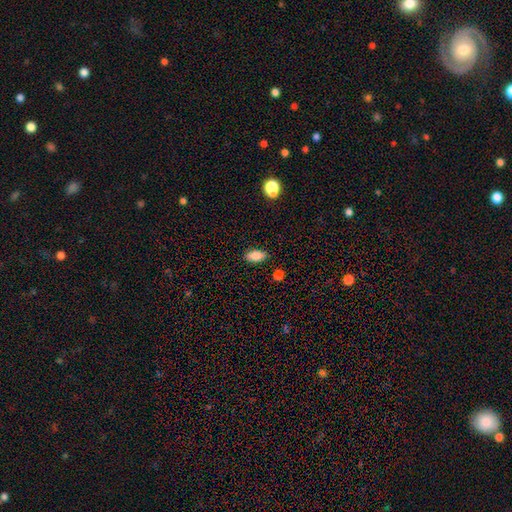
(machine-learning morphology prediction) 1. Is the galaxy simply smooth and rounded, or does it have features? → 85% smooth, 8% star or artifact, 7% featured or disk.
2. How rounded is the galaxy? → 90% in between, 5% cigar-shaped, 5% round.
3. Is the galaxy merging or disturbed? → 84% none, 11% minor disturbance, 2% major disturbance, 2% merger.